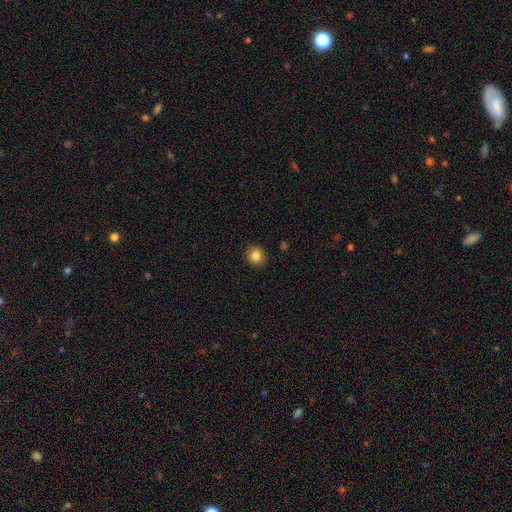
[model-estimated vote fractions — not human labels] Smooth or featured? smooth (84%)
How rounded? round (79%)
Merging? none (90%)